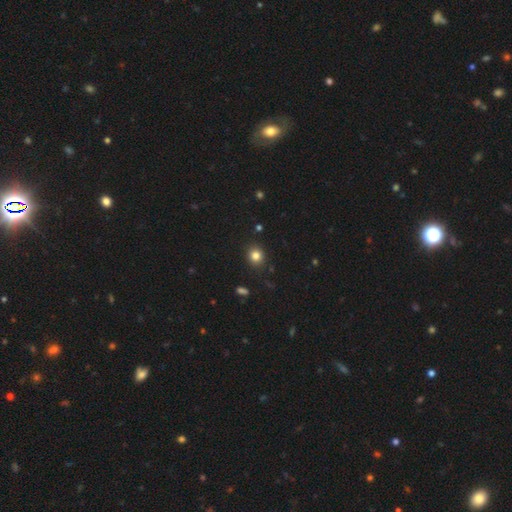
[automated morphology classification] A smooth galaxy with no disk features (82%) that is round (80%).

Vote fractions:
- Smooth or featured? smooth: 82% / star or artifact: 13% / featured or disk: 6%
- How rounded? round: 80% / in between: 19% / cigar-shaped: 1%
- Merging? none: 88% / minor disturbance: 8% / major disturbance: 2% / merger: 2%